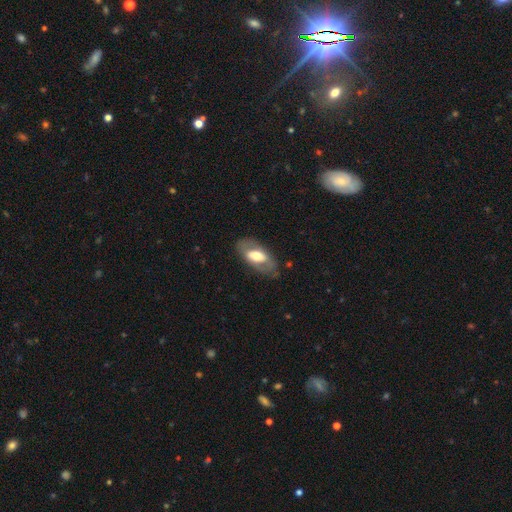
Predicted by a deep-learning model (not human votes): This appears to be a featured or disk galaxy (51%). Merging: none (73%).